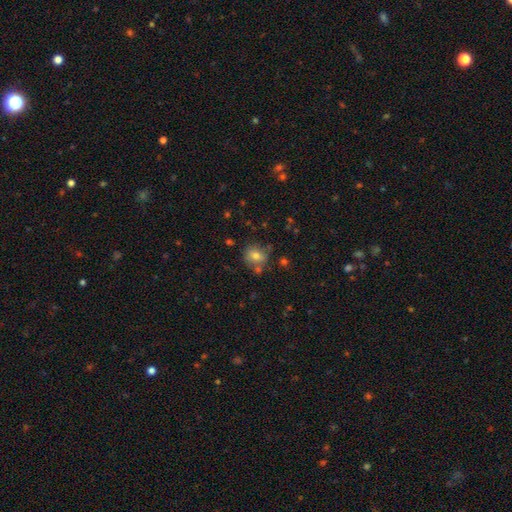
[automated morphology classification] type=smooth (72%); roundness=round (66%); merging=none (66%).